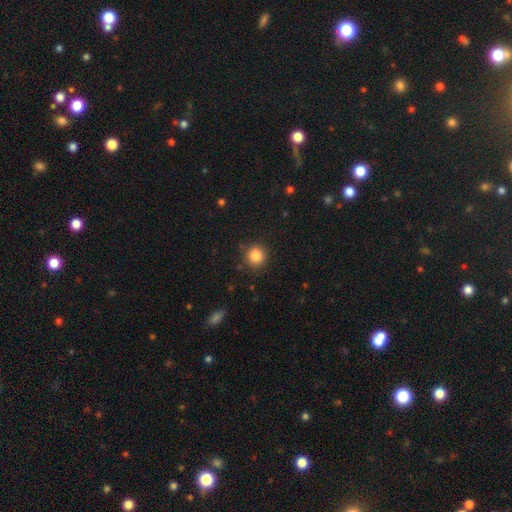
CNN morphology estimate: This appears to be a smooth galaxy with no disk features (85%) that is round (91%). Merging: none (87%).